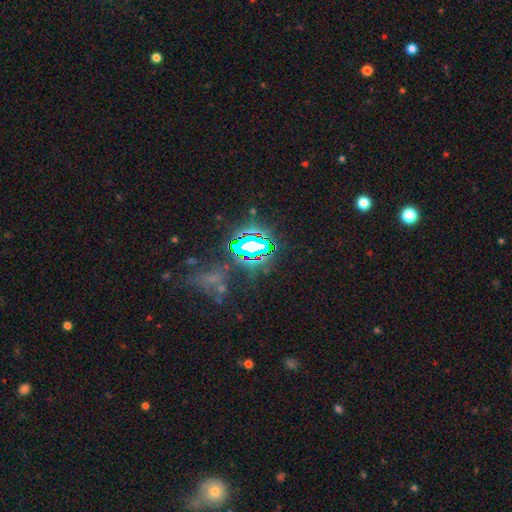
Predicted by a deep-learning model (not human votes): Smooth or featured?
  - star or artifact: 79% *
  - smooth: 13%
  - featured or disk: 9%